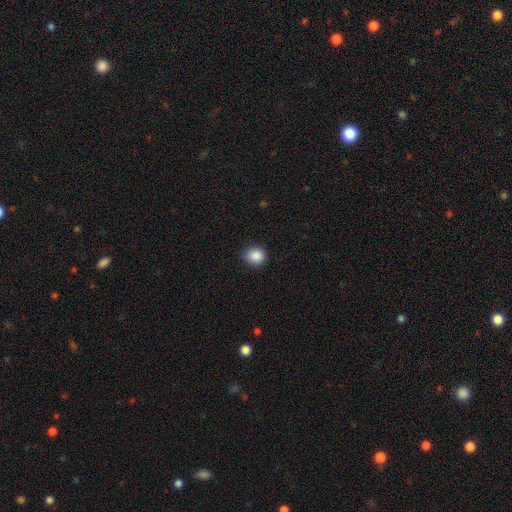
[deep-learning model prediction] This is clearly a smooth galaxy (88%). How rounded: likely round (78%). Merging: clearly none (85%).